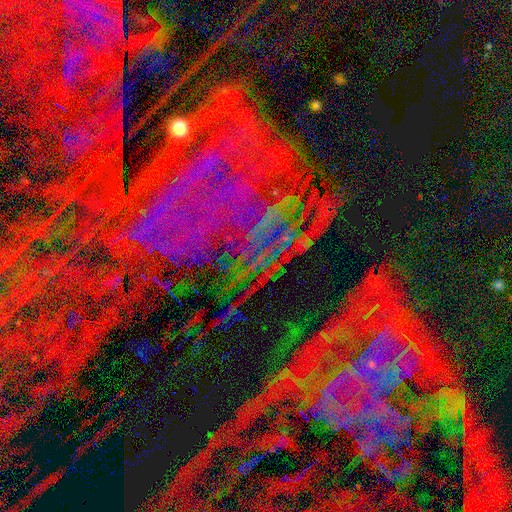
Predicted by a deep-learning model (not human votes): A star or artifact, not a galaxy (79%).